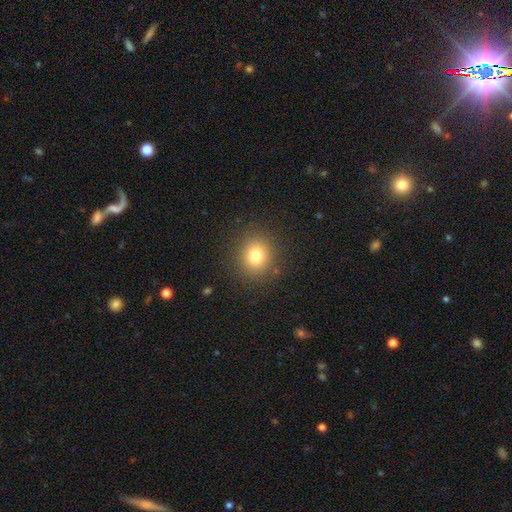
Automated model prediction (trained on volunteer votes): This is likely a smooth galaxy (79%). How rounded: likely round (79%). Merging: clearly none (88%).